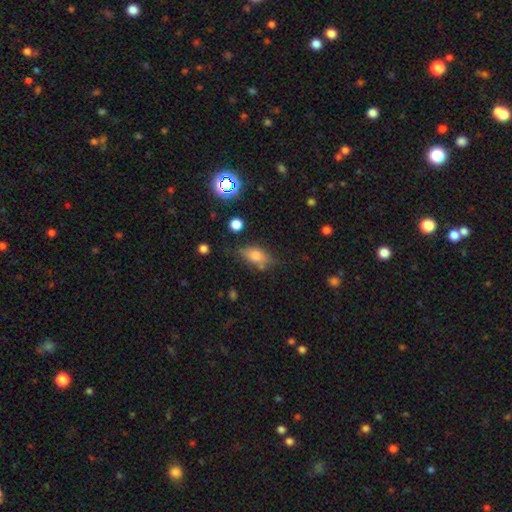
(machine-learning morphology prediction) smooth_or_featured: smooth (p=0.70) [alt: featured or disk p=0.17]
how_rounded: in between (p=0.81) [alt: cigar-shaped p=0.11]
merging: none (p=0.69) [alt: minor disturbance p=0.21]